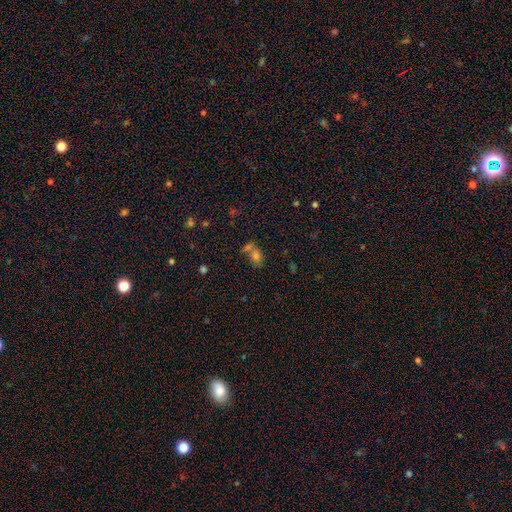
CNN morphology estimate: smooth_or_featured: smooth (p=0.69) [alt: star or artifact p=0.18]
how_rounded: in between (p=0.73) [alt: round p=0.23]
merging: merger (p=0.45) [alt: none p=0.37]